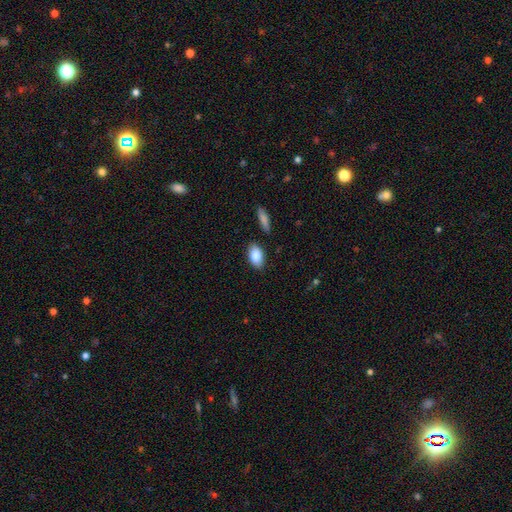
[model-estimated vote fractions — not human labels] Morphology: type=smooth (87%); roundness=in between (91%); merging=none (85%).